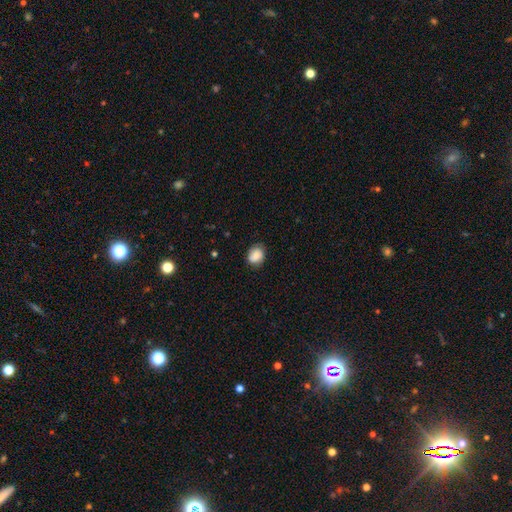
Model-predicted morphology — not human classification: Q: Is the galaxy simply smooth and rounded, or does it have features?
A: smooth — 84%.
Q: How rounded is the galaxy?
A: in between — 53%.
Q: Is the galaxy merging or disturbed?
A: none — 76%.